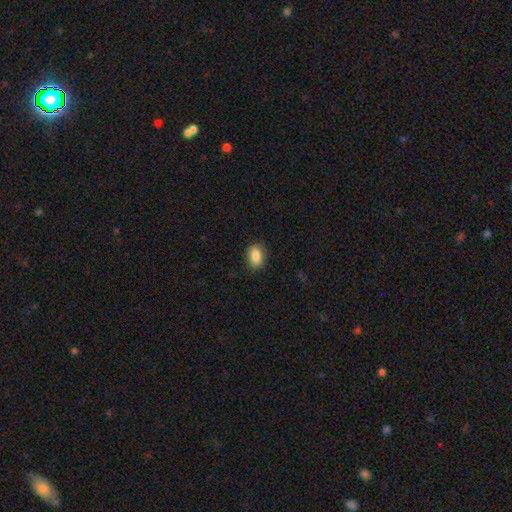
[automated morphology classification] Overall: smooth (87%). How rounded: in between (83%). Merging: none (86%).